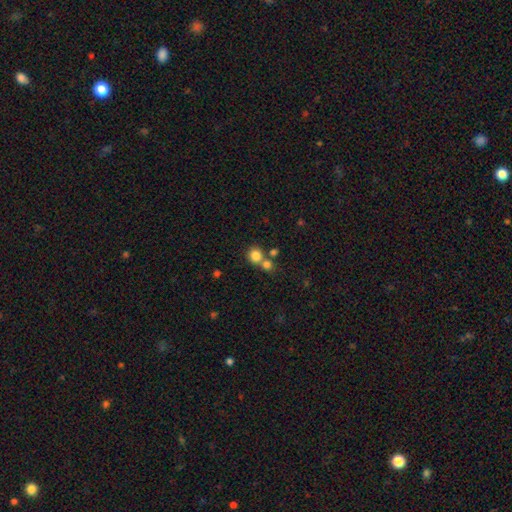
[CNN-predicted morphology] Q: Smooth or featured?
A: smooth (80%); runner-up: star or artifact (12%)
Q: How rounded?
A: round (89%); runner-up: in between (10%)
Q: Merging?
A: none (54%); runner-up: merger (36%)